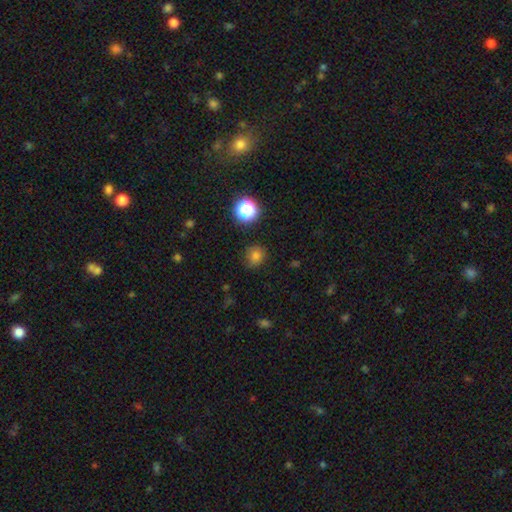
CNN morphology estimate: Smooth or featured: smooth — 77% (star or artifact — 18%)
How rounded: round — 85% (in between — 14%)
Merging: none — 82% (minor disturbance — 12%)